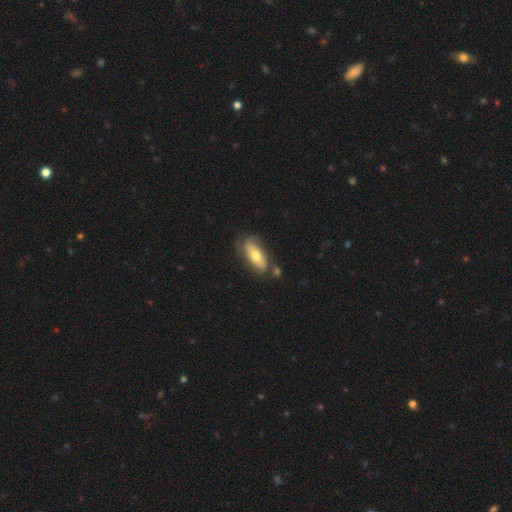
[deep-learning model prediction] This appears to be a smooth galaxy with no disk features (54%) that is in between round and cigar-shaped (75%). Merging: none (62%).